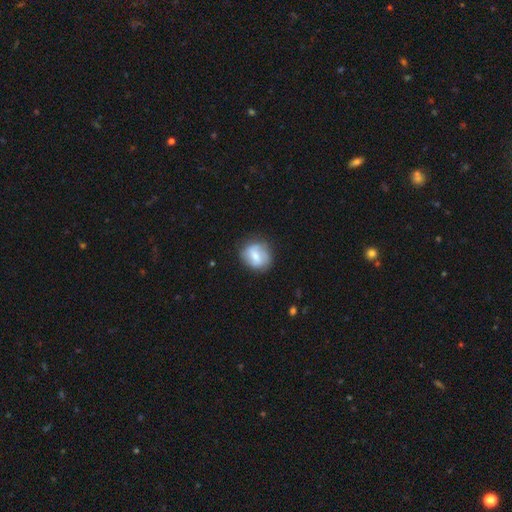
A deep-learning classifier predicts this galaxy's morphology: This is possibly a smooth galaxy (53%). How rounded: likely round (72%). Merging: likely none (74%).